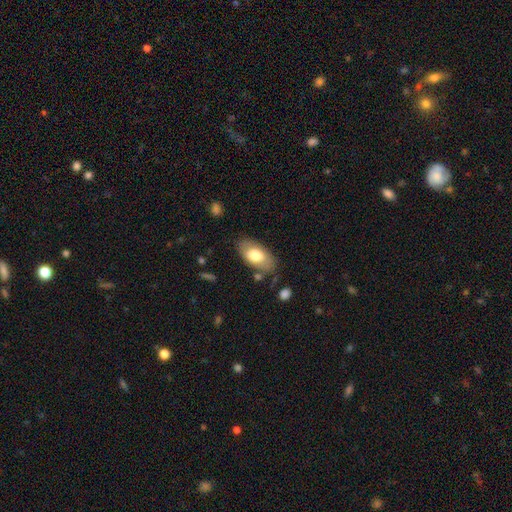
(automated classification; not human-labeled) smooth 71%, featured or disk 23%, star or artifact 6%. Down the decision tree: how rounded — in between (94%); merging — none (76%).